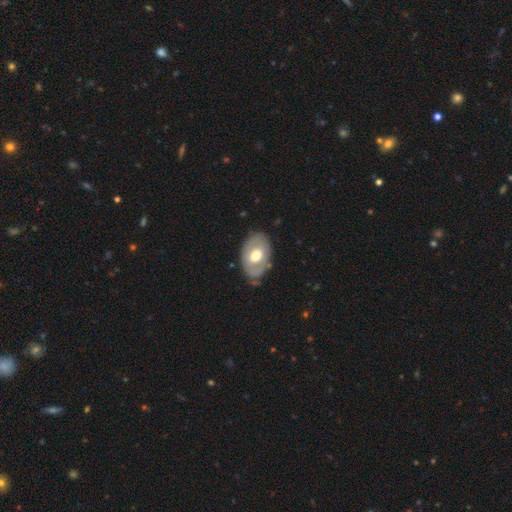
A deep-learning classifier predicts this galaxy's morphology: smooth_or_featured: featured or disk (p=0.50) [alt: smooth p=0.45]
merging: none (p=0.73) [alt: minor disturbance p=0.19]